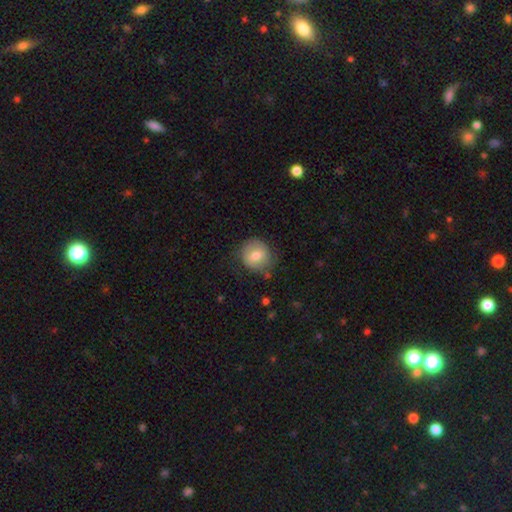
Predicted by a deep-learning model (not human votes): A smooth galaxy with no disk features (72%) that is round (85%). Merging: none (73%).